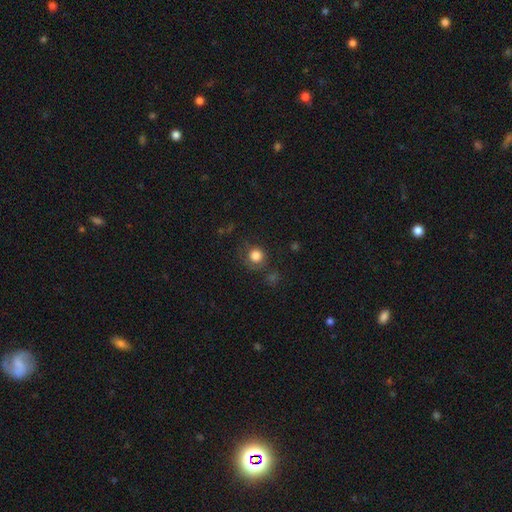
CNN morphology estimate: Smooth or featured: smooth — 81% (star or artifact — 11%)
How rounded: round — 91% (in between — 9%)
Merging: none — 70% (minor disturbance — 16%)